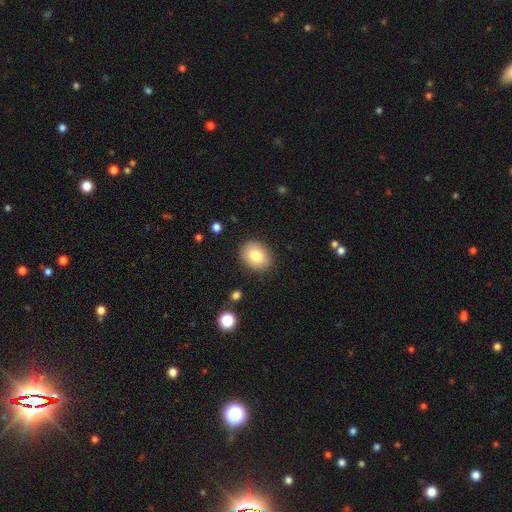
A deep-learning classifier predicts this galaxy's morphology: Smooth or featured?
  - smooth: 83% *
  - featured or disk: 9%
  - star or artifact: 8%
How rounded?
  - in between: 60% *
  - round: 40%
  - cigar-shaped: 1%
Merging?
  - none: 88% *
  - minor disturbance: 9%
  - major disturbance: 2%
  - merger: 1%